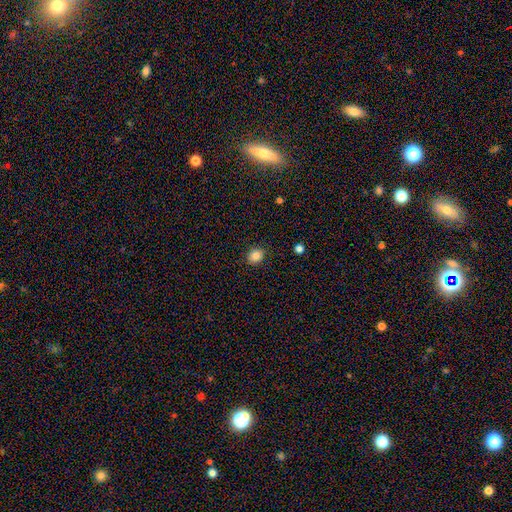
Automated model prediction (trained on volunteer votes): Overall: smooth (84%). How rounded: round (72%). Merging: none (89%).